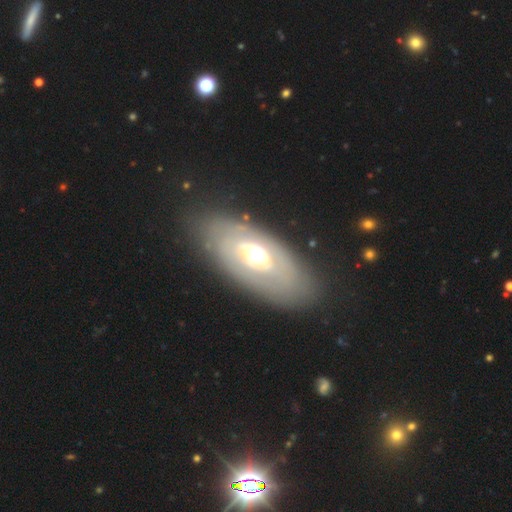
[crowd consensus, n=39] A featured or disk galaxy (56%) with no bar (87%), no spiral arms (80%) and a large central bulge (53%).

Vote fractions:
- Smooth or featured? featured or disk: 56% / smooth: 41% / star or artifact: 3%
- Edge-on disk? no: 68% / yes: 32%
- Bar? no: 87% / weak: 13% / strong: 0%
- Spiral arms? no: 80% / yes: 20%
- Bulge size? large: 53% / moderate: 40% / dominant: 7% / small: 0% / none: 0%
- Merging? none: 79% / minor disturbance: 13% / major disturbance: 5% / merger: 3%